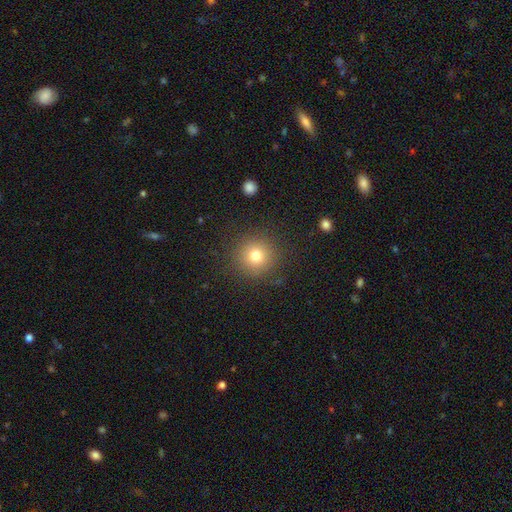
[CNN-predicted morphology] Smooth or featured? smooth (76%)
How rounded? round (94%)
Merging? none (88%)